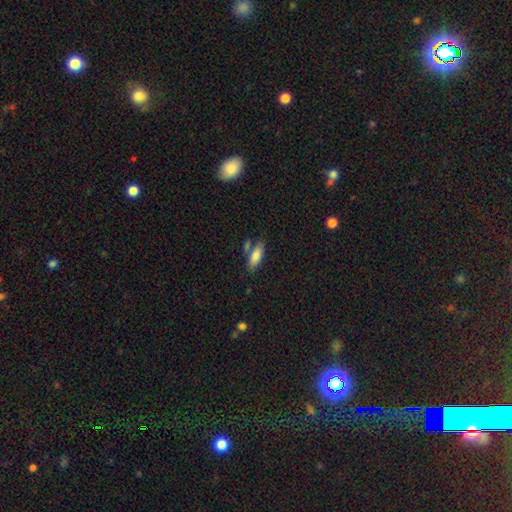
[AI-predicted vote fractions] Morphology: type=smooth (81%); roundness=in between (64%); merging=none (67%).